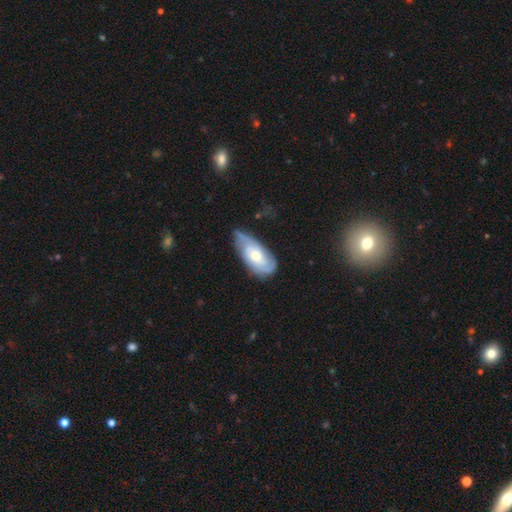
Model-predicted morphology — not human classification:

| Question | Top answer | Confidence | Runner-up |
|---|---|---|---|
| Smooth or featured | featured or disk | 66% | smooth (28%) |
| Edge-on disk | no | 92% | yes (8%) |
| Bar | no | 71% | weak (25%) |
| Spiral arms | yes | 87% | no (13%) |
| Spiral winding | tight | 53% | medium (33%) |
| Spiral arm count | can't tell | 39% | 2 (35%) |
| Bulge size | moderate | 64% | small (28%) |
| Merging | none | 50% | minor disturbance (36%) |